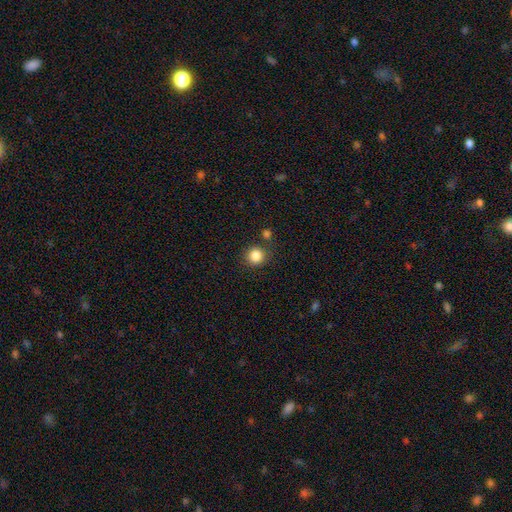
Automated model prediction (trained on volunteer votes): A smooth galaxy with no disk features (86%) that is round (89%). Merging: none (80%).